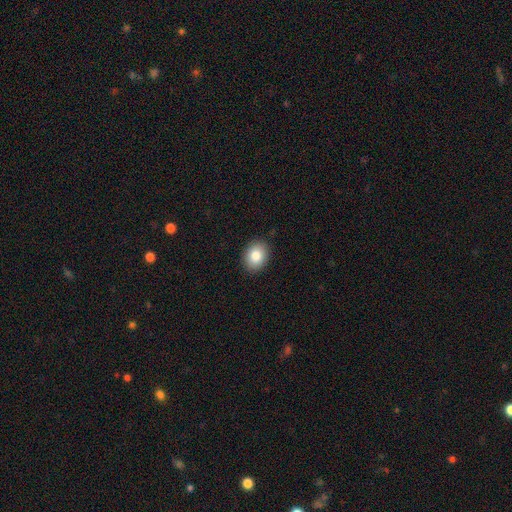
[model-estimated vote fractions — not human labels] Smooth or featured?
  - smooth: 85% *
  - star or artifact: 8%
  - featured or disk: 7%
How rounded?
  - in between: 60% *
  - round: 39%
  - cigar-shaped: 1%
Merging?
  - none: 90% *
  - minor disturbance: 8%
  - major disturbance: 2%
  - merger: 1%